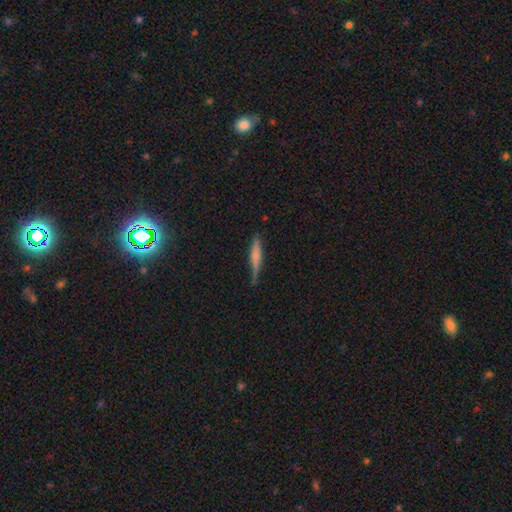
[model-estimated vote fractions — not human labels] smooth 56%, featured or disk 37%, star or artifact 7%. Down the decision tree: how rounded — cigar-shaped (89%); merging — none (69%).